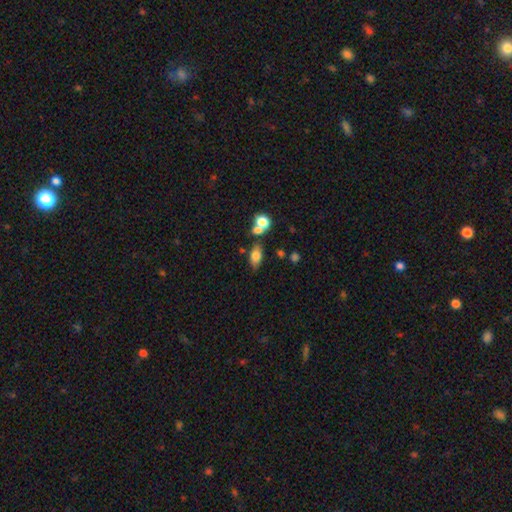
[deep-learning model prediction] This appears to be a smooth galaxy with no disk features (74%) that is in between round and cigar-shaped (82%). Merging: none (64%).